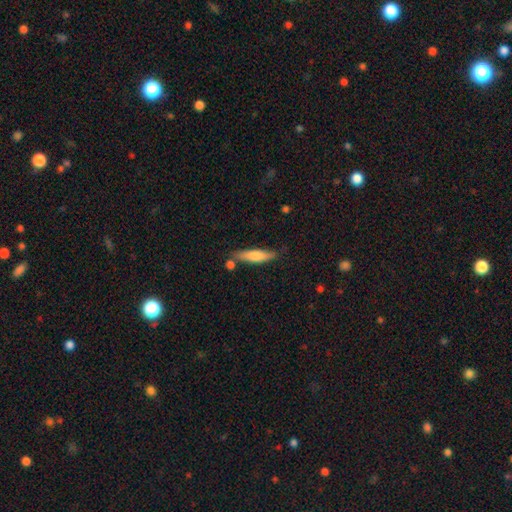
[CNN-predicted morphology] Smooth or featured: smooth — 70% (featured or disk — 24%)
How rounded: cigar-shaped — 80% (in between — 19%)
Merging: none — 71% (minor disturbance — 16%)